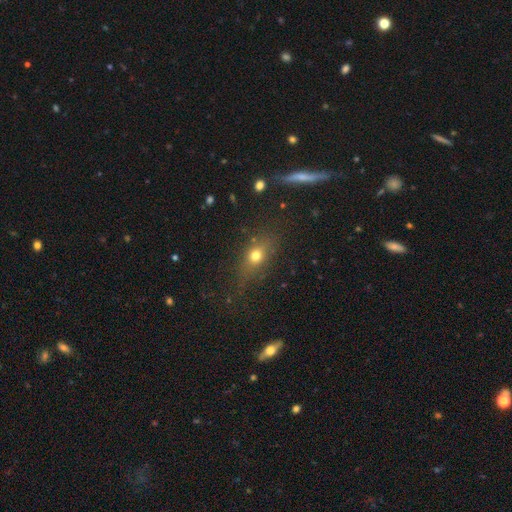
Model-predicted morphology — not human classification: A smooth galaxy with no disk features (69%) that is in between round and cigar-shaped (54%). Merging: none (72%).